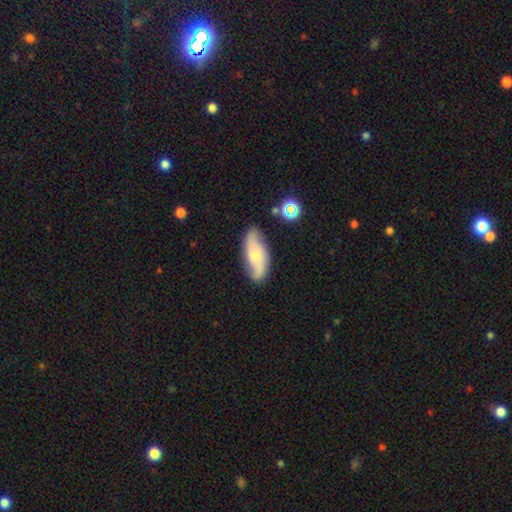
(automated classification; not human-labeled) Smooth or featured?
  - featured or disk: 55% *
  - smooth: 37%
  - star or artifact: 8%
Edge-on disk?
  - no: 87% *
  - yes: 13%
Merging?
  - none: 72% *
  - minor disturbance: 20%
  - major disturbance: 5%
  - merger: 3%